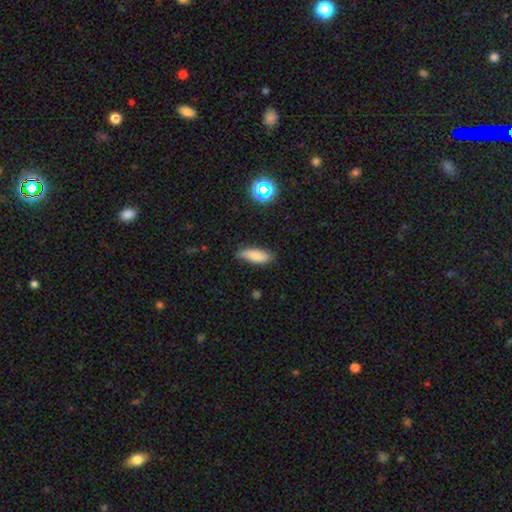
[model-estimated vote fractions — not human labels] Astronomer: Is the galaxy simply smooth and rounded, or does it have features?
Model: smooth — 79%.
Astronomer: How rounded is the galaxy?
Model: in between — 63%.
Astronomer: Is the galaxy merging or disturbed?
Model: none — 74%.